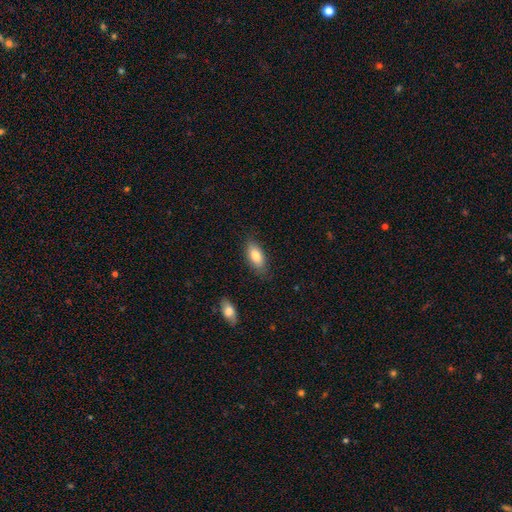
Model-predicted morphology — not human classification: Smooth or featured?
  - smooth: 80% *
  - featured or disk: 13%
  - star or artifact: 7%
How rounded?
  - in between: 87% *
  - cigar-shaped: 11%
  - round: 3%
Merging?
  - none: 81% *
  - minor disturbance: 15%
  - major disturbance: 3%
  - merger: 2%